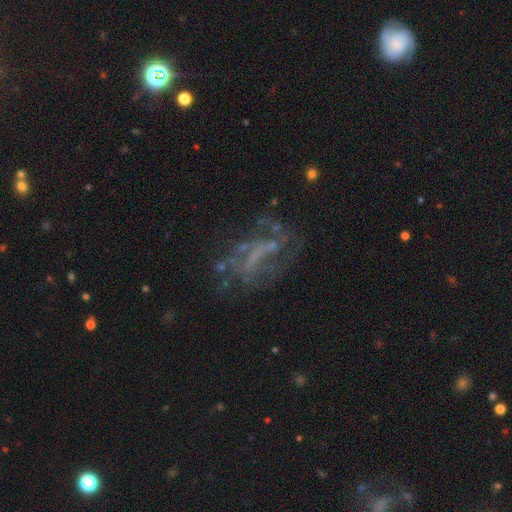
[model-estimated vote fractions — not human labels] smooth_or_featured: featured or disk (p=0.68) [alt: star or artifact p=0.17]
disk_edge_on: no (p=0.95) [alt: yes p=0.05]
bar: no (p=0.44) [alt: weak p=0.31]
has_spiral_arms: yes (p=0.53) [alt: no p=0.47]
bulge_size: none (p=0.70) [alt: small p=0.17]
merging: none (p=0.48) [alt: major disturbance p=0.29]